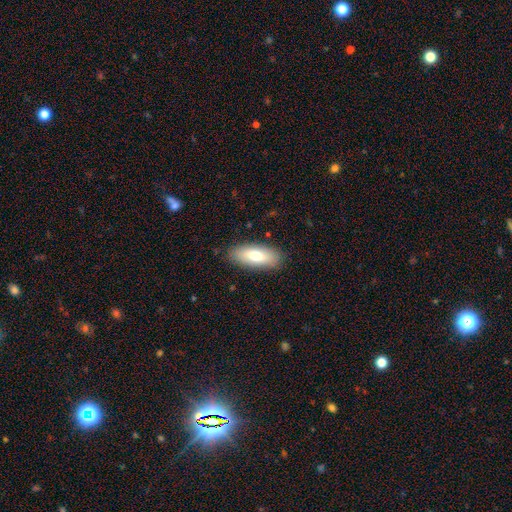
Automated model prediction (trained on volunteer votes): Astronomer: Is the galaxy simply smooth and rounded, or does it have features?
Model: smooth — 75%.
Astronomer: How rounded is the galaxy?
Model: in between — 76%.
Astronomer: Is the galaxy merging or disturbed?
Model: none — 87%.